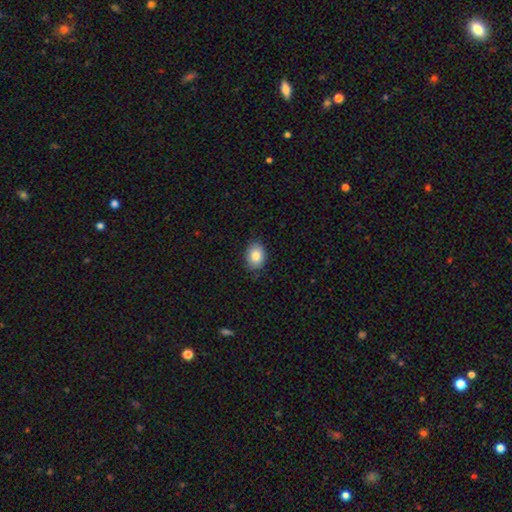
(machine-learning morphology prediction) The model was most divided on "how rounded": in between: 67%, round: 32%, cigar-shaped: 1%. More confident: smooth or featured — smooth (85%); merging — none (83%).